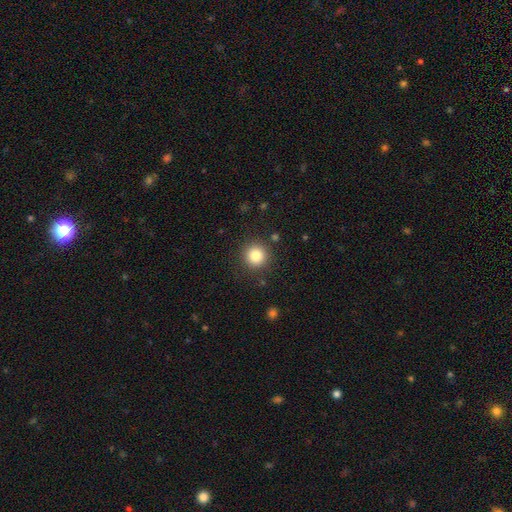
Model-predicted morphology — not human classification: type=smooth (84%); roundness=round (94%); merging=none (89%).